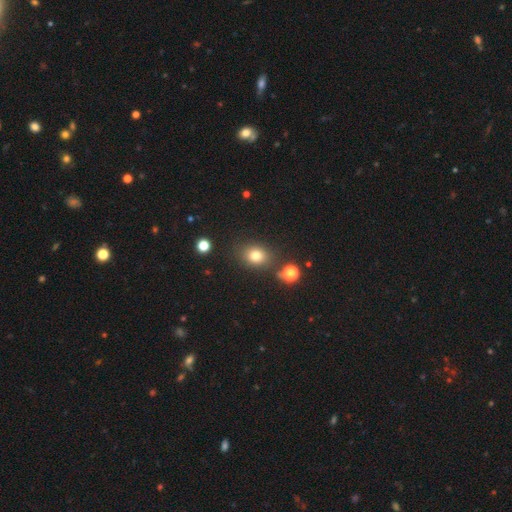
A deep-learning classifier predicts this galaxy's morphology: This is likely a smooth galaxy (78%). How rounded: possibly round (58%). Merging: likely none (79%).